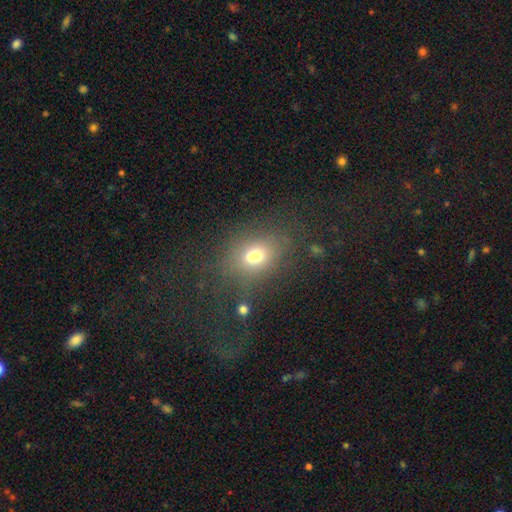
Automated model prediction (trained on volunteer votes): smooth-or-featured: smooth: 68% | star or artifact: 16% | featured or disk: 16%
  how-rounded: in between: 61% | round: 37% | cigar-shaped: 2%
  merging: none: 54% | merger: 20% | minor disturbance: 16% | major disturbance: 10%